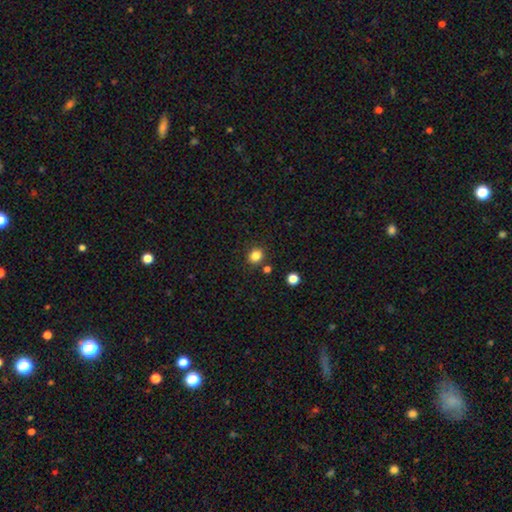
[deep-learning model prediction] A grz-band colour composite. It shows a smooth galaxy with no disk features (83%) that is round (72%). Merging: none (85%).